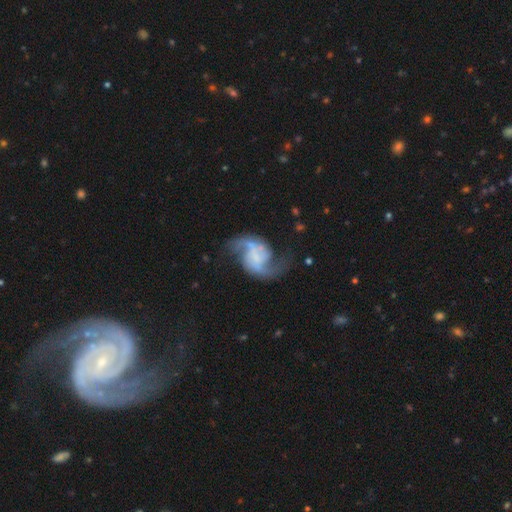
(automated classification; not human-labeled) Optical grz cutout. It shows a featured or disk galaxy (89%) with no bar (46%), 2 (93%) loose (63%) spiral arms (97%) and no central bulge (58%). Merging: none (69%).